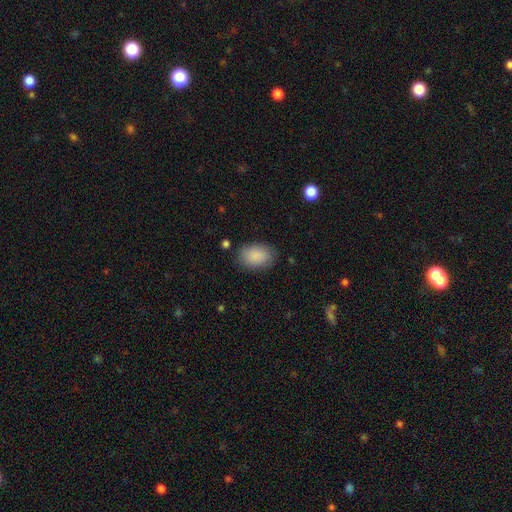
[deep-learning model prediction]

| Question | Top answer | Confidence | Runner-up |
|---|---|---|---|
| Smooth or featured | smooth | 89% | star or artifact (7%) |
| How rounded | in between | 84% | round (15%) |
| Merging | none | 82% | minor disturbance (13%) |